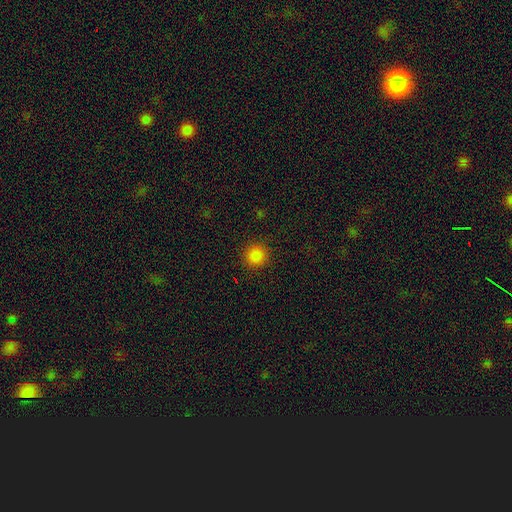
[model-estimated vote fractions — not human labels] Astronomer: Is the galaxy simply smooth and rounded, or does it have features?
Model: smooth — 84%.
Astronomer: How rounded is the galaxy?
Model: round — 93%.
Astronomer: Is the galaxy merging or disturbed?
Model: none — 91%.